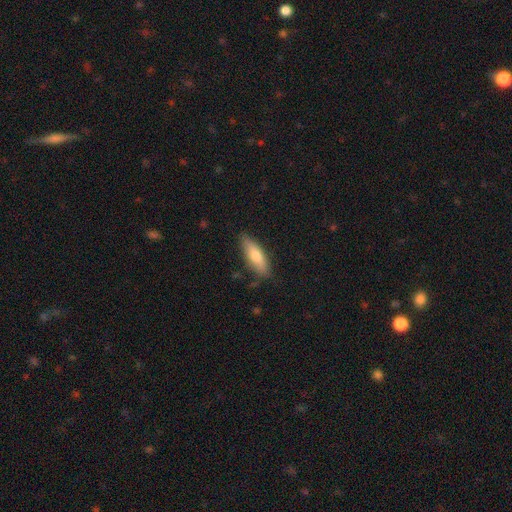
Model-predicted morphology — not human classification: Smooth or featured: smooth — 72% (featured or disk — 22%)
How rounded: cigar-shaped — 49% (tied with in between — 49%)
Merging: none — 82% (minor disturbance — 14%)